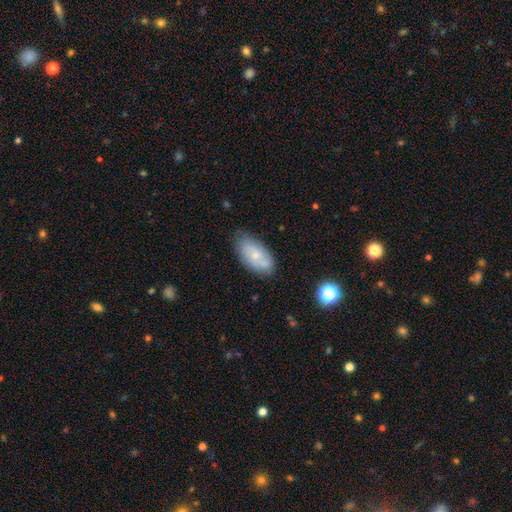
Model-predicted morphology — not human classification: The model was most divided on "smooth or featured": smooth: 59%, featured or disk: 34%, star or artifact: 7%. More confident: how rounded — in between (91%); merging — none (68%).